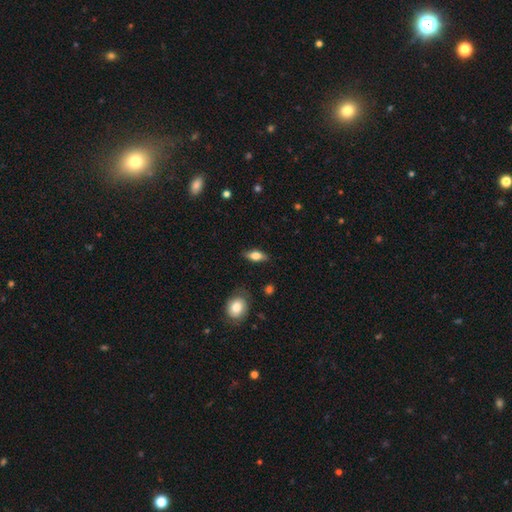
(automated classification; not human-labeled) Overall: smooth (71%). How rounded: in between (79%). Merging: none (82%).